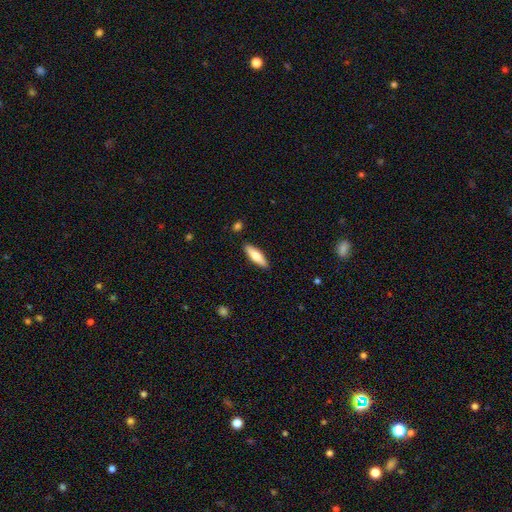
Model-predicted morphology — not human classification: Overall: smooth (68%). How rounded: cigar-shaped (60%; in between 38%). Merging: none (89%).